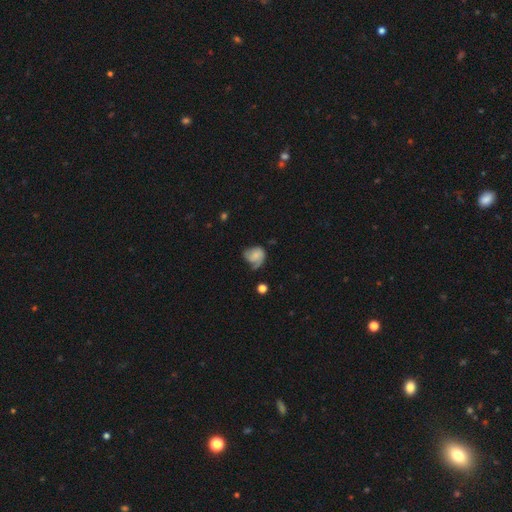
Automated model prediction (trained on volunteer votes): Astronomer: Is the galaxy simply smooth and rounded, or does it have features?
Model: smooth — 47% (runner-up: featured or disk, 44%).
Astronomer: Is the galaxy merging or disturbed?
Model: none — 38% (runner-up: minor disturbance, 33%).